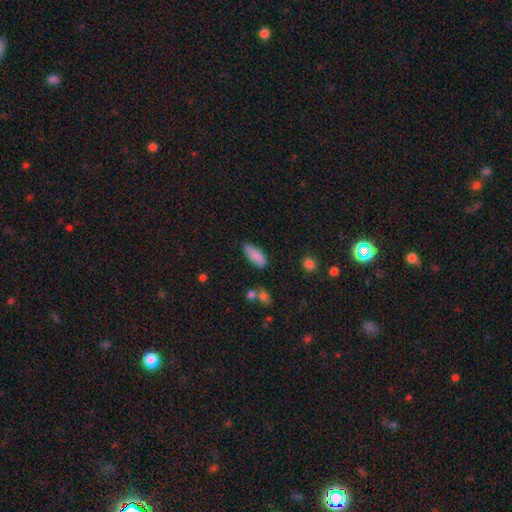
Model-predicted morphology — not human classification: smooth_or_featured: smooth (p=0.86) [alt: star or artifact p=0.07]
how_rounded: in between (p=0.78) [alt: cigar-shaped p=0.20]
merging: none (p=0.73) [alt: minor disturbance p=0.20]